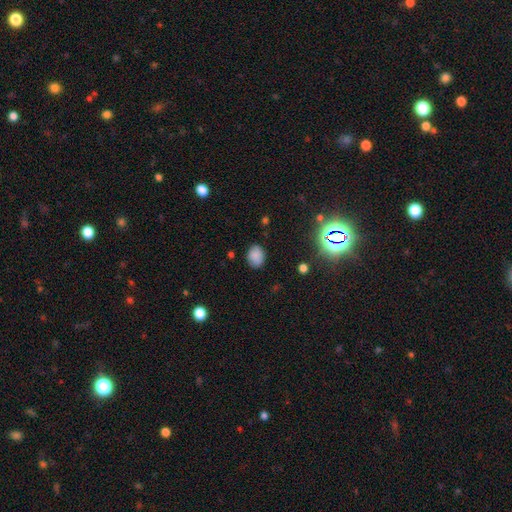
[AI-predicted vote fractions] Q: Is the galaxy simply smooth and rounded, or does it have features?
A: smooth — 82%.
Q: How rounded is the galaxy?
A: in between — 65%.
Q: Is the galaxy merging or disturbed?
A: none — 81%.